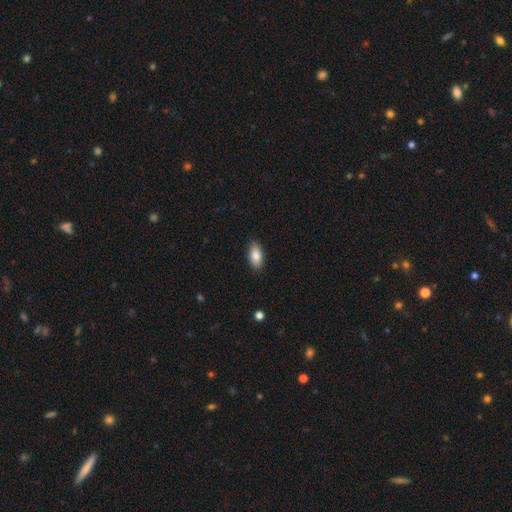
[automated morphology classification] type=smooth (85%); roundness=in between (92%); merging=none (88%).